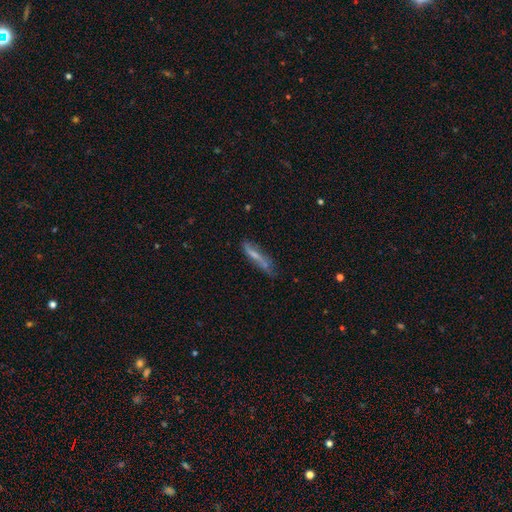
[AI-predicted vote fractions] This appears to be a smooth galaxy with no disk features (48%). Merging: none (54%).